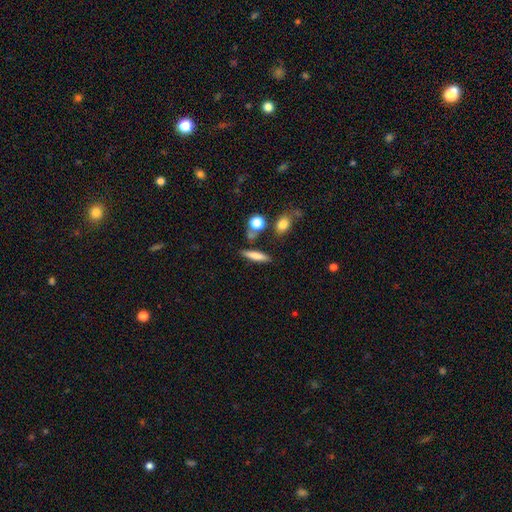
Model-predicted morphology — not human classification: smooth-or-featured: smooth: 73% | featured or disk: 19% | star or artifact: 8%
  how-rounded: cigar-shaped: 76% | in between: 19% | round: 5%
  merging: none: 76% | minor disturbance: 12% | merger: 8% | major disturbance: 4%